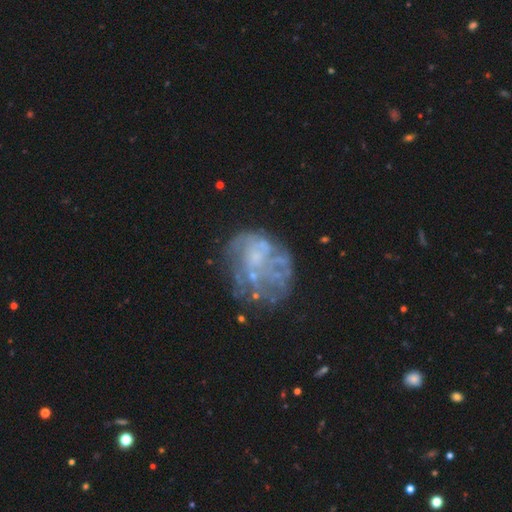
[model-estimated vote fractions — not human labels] Q: Smooth or featured?
A: featured or disk (63%); runner-up: smooth (20%)
Q: Edge-on disk?
A: no (98%); runner-up: yes (2%)
Q: Bar?
A: no (87%); runner-up: weak (10%)
Q: Spiral arms?
A: no (78%); runner-up: yes (22%)
Q: Bulge size?
A: none (58%); runner-up: small (27%)
Q: Merging?
A: none (52%); runner-up: major disturbance (24%)